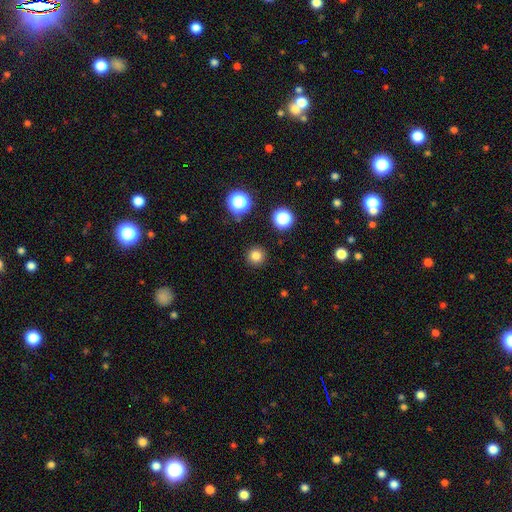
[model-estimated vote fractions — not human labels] Smooth or featured: smooth — 80% (star or artifact — 15%)
How rounded: round — 95% (in between — 4%)
Merging: none — 91% (minor disturbance — 5%)